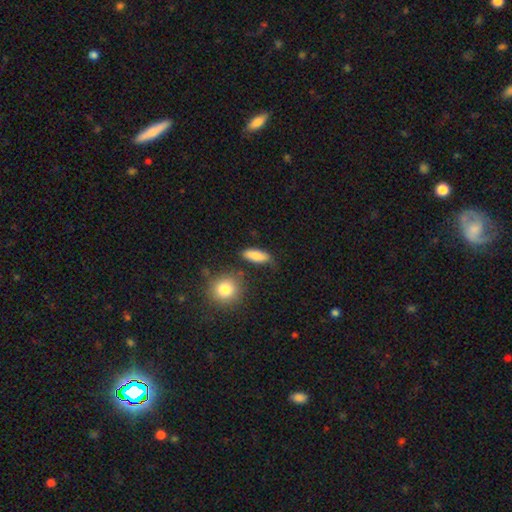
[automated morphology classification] This is clearly a smooth galaxy (84%). How rounded: likely in between (72%). Merging: likely none (69%).